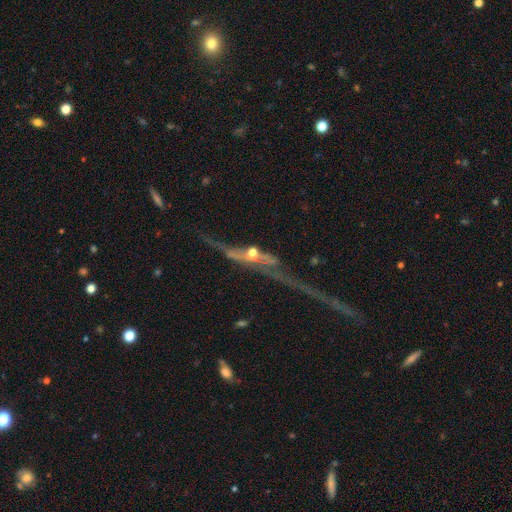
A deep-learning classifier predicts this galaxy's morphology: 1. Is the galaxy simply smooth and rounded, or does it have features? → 74% featured or disk, 14% star or artifact, 13% smooth.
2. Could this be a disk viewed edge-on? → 53% yes, 47% no.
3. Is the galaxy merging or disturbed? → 35% none, 34% major disturbance, 17% minor disturbance, 14% merger.